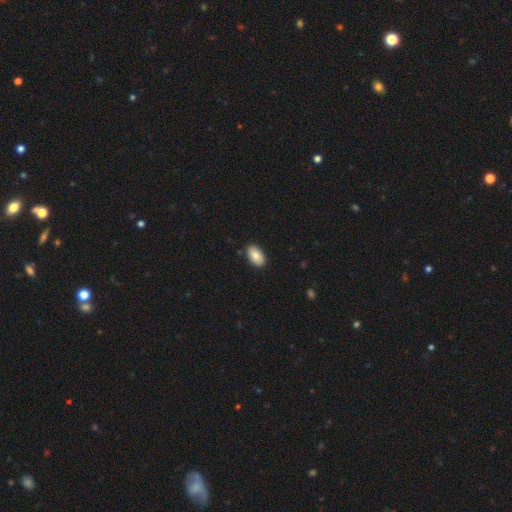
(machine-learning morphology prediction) Smooth or featured? Predicted: smooth (p=0.84). How rounded? Predicted: in between (p=0.94). Merging? Predicted: none (p=0.88).